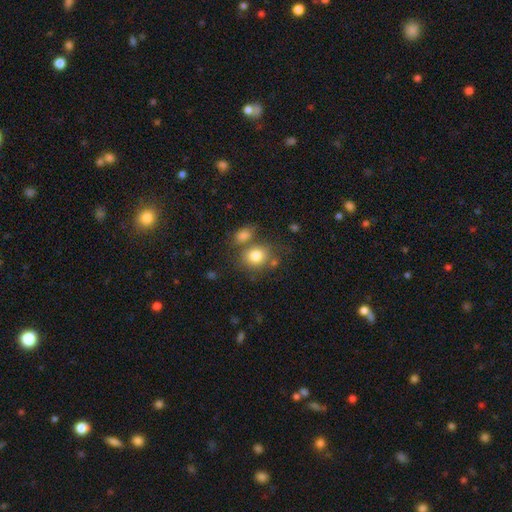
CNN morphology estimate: Overall: smooth (80%). How rounded: round (61%; in between 37%). Merging: none (56%; merger 26%).